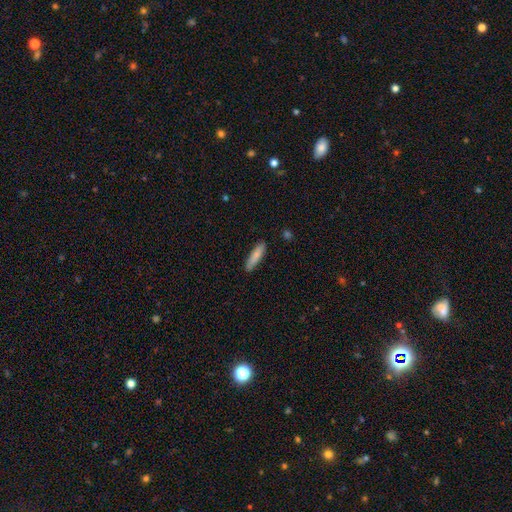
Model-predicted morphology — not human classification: Overall: smooth (81%). How rounded: cigar-shaped (77%). Merging: none (86%).